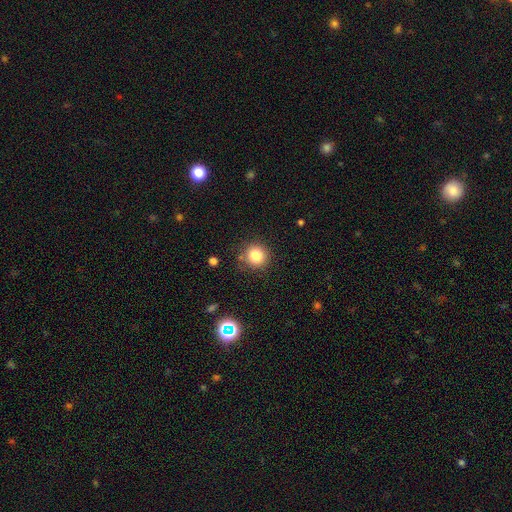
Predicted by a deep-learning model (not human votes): Morphology: type=smooth (83%); roundness=round (92%); merging=none (84%).